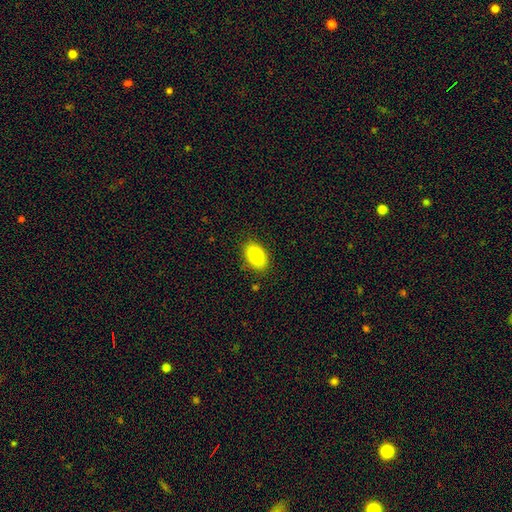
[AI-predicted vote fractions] Smooth or featured? Predicted: smooth (p=0.85). How rounded? Predicted: in between (p=0.90). Merging? Predicted: none (p=0.86).